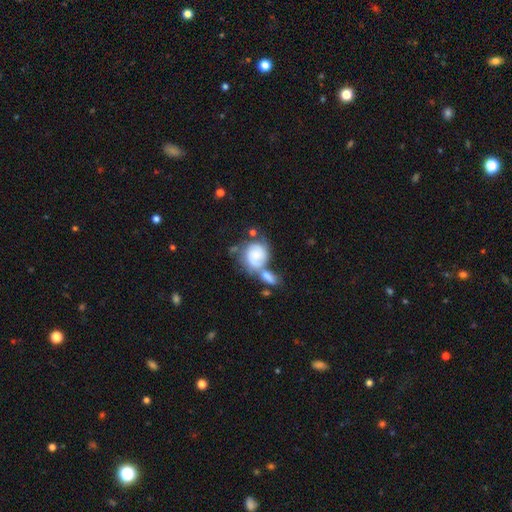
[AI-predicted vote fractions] Smooth or featured? smooth (48%)
Merging? merger (49%)